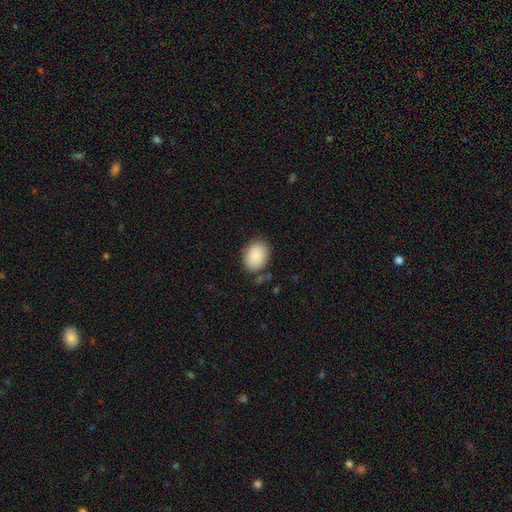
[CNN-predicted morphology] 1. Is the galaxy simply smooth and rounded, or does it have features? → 88% smooth, 7% star or artifact, 5% featured or disk.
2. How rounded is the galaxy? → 71% in between, 28% round, 1% cigar-shaped.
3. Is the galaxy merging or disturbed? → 78% none, 15% minor disturbance, 4% major disturbance, 3% merger.